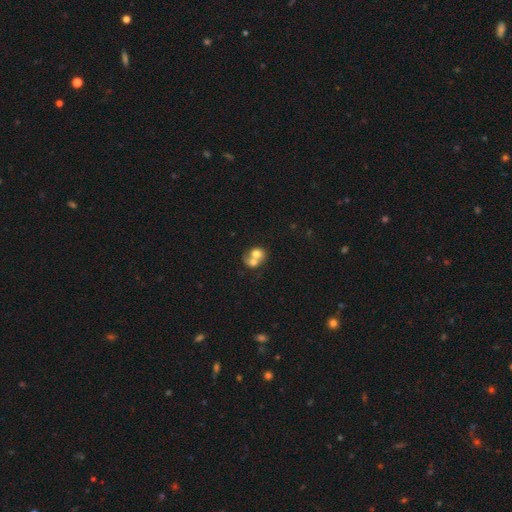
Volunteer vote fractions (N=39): smooth 67%, featured or disk 23%, star or artifact 10%. Down the decision tree: how rounded — round (58%); merging — merger (86%).